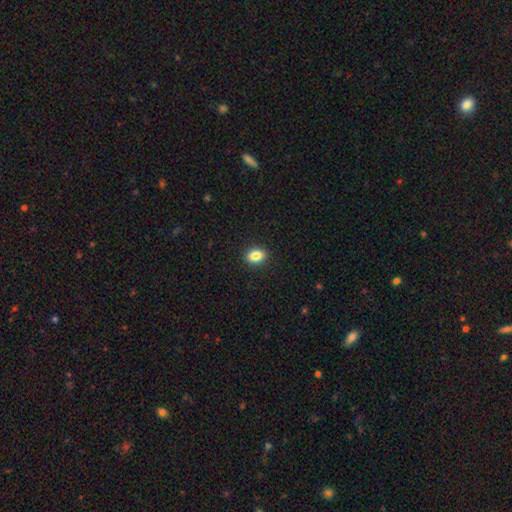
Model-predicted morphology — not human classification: type=smooth (86%); roundness=in between (70%); merging=none (91%).